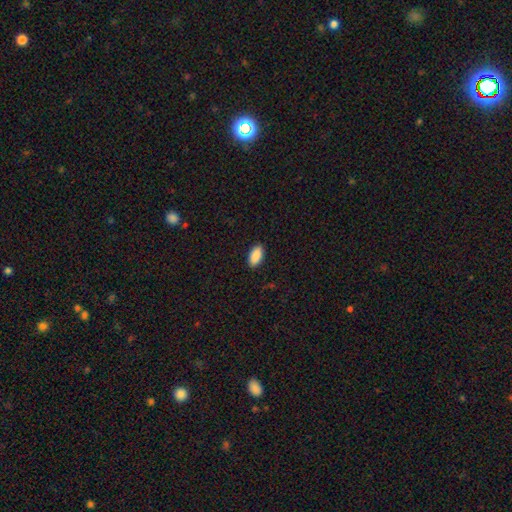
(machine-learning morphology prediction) Smooth or featured?
  - smooth: 90% *
  - star or artifact: 7%
  - featured or disk: 3%
How rounded?
  - in between: 94% *
  - cigar-shaped: 4%
  - round: 2%
Merging?
  - none: 90% *
  - minor disturbance: 7%
  - major disturbance: 2%
  - merger: 1%